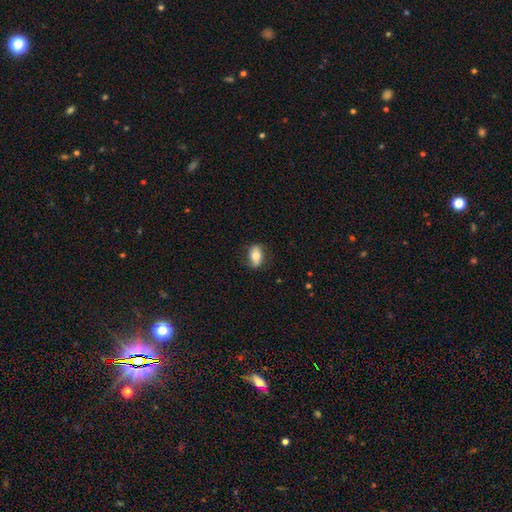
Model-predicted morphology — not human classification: A smooth galaxy with no disk features (71%) that is in between round and cigar-shaped (87%). Merging: none (76%).